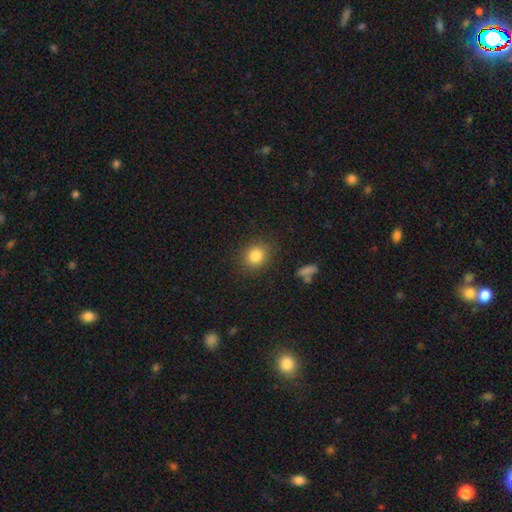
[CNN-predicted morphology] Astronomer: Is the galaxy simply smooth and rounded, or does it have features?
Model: smooth — 84%.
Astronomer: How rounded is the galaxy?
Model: round — 70%.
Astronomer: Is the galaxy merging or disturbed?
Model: none — 87%.